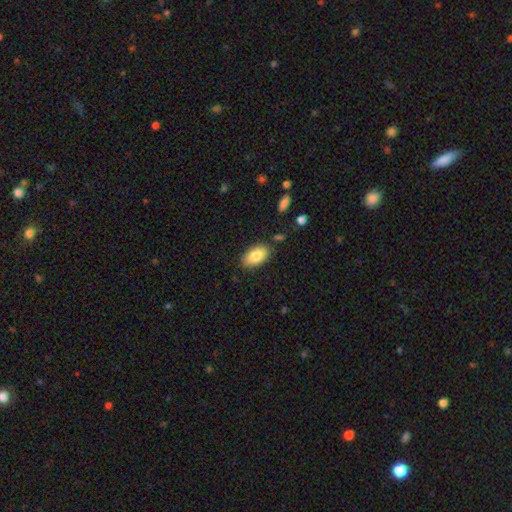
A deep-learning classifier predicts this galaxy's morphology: This appears to be a smooth galaxy with no disk features (85%) that is in between round and cigar-shaped (94%). Merging: none (84%).